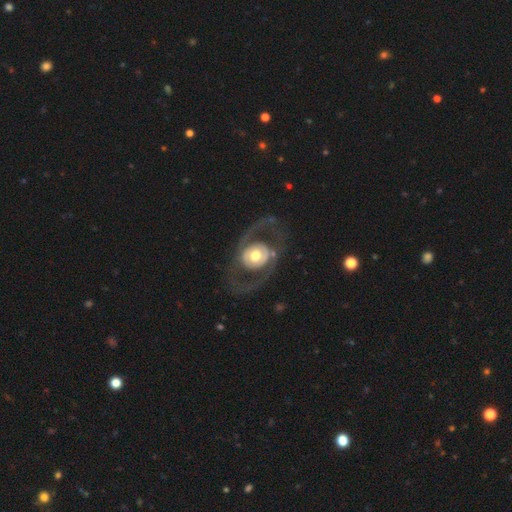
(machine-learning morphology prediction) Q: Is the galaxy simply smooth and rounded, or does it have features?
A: featured or disk — 75%.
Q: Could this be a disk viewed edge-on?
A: no — 95%.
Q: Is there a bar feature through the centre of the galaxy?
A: no — 74%.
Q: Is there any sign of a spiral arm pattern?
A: yes — 55%.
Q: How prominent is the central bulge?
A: moderate — 57%.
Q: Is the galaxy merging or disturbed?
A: none — 69%.